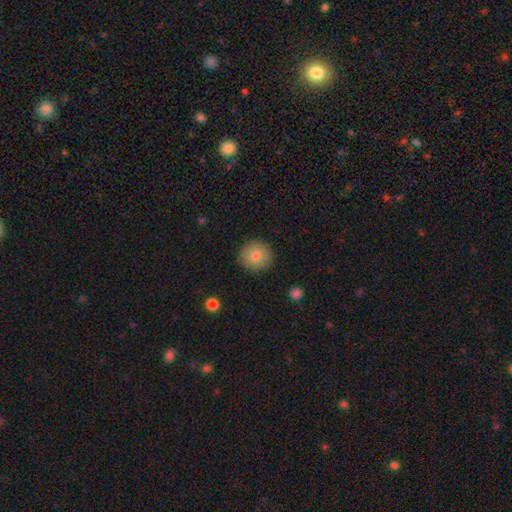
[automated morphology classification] A smooth galaxy with no disk features (80%) that is round (93%). Merging: none (90%).